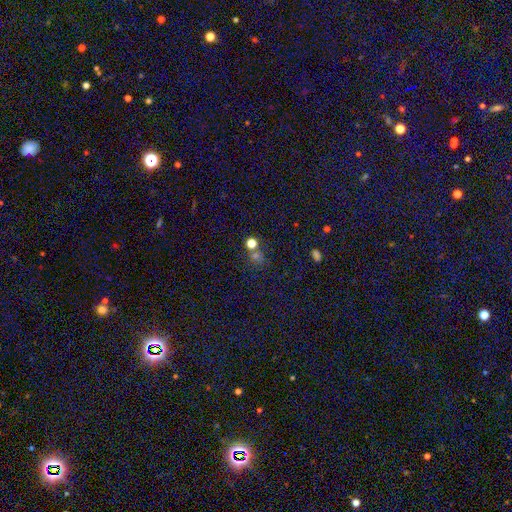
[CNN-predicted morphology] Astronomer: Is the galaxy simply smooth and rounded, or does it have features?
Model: smooth — 48% (runner-up: star or artifact, 42%).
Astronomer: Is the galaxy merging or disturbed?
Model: none — 63%.